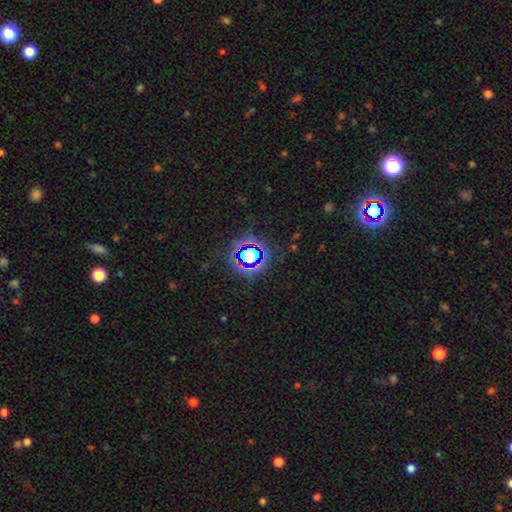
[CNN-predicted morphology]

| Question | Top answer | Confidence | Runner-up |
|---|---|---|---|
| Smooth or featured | star or artifact | 77% | smooth (15%) |